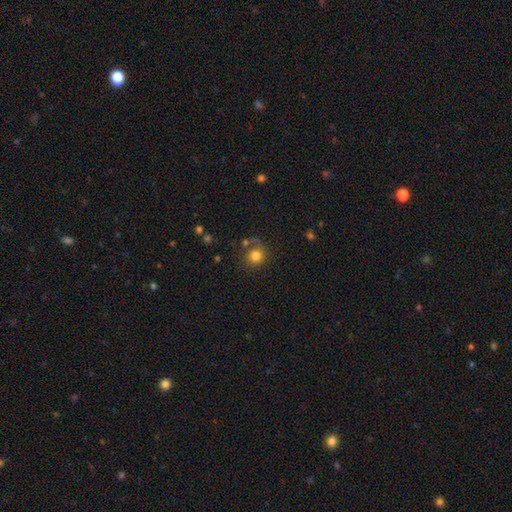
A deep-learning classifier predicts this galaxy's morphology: Smooth or featured: smooth — 79% (star or artifact — 11%)
How rounded: round — 83% (in between — 16%)
Merging: none — 64% (minor disturbance — 15%)